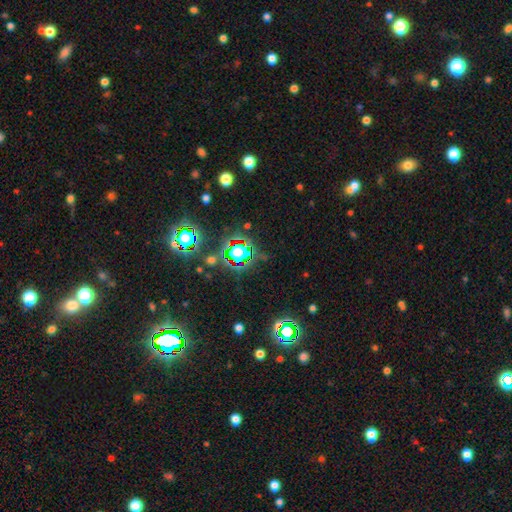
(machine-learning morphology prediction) Smooth or featured: star or artifact — 80% (smooth — 12%)